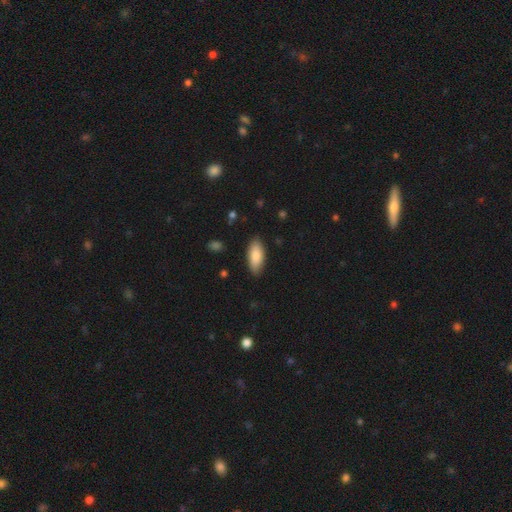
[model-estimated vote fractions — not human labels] smooth 86%, featured or disk 9%, star or artifact 6%. Down the decision tree: how rounded — in between (84%); merging — none (86%).